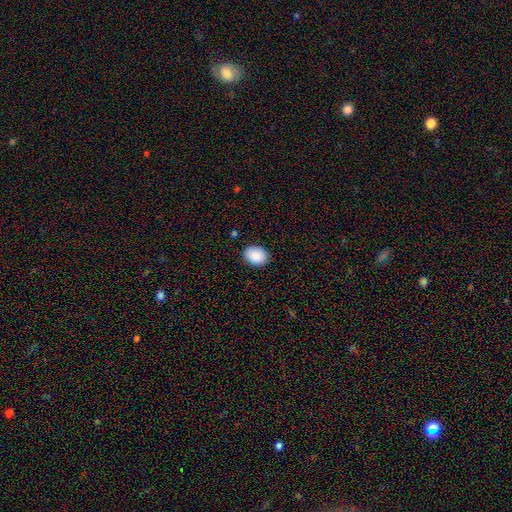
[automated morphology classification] Overall: smooth (88%). How rounded: in between (65%; round 34%). Merging: none (87%).